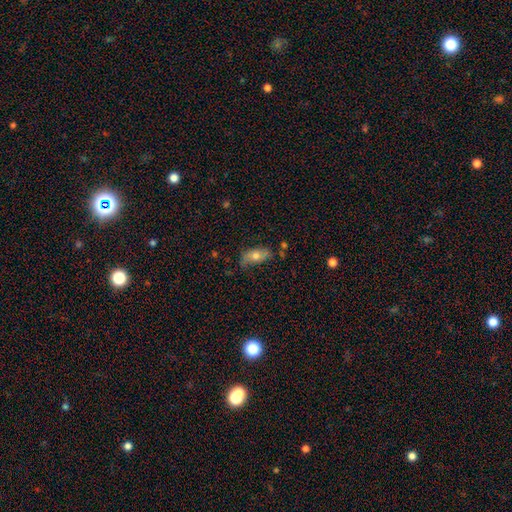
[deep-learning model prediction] This is likely a smooth galaxy (67%). How rounded: clearly in between (86%). Merging: likely none (63%).